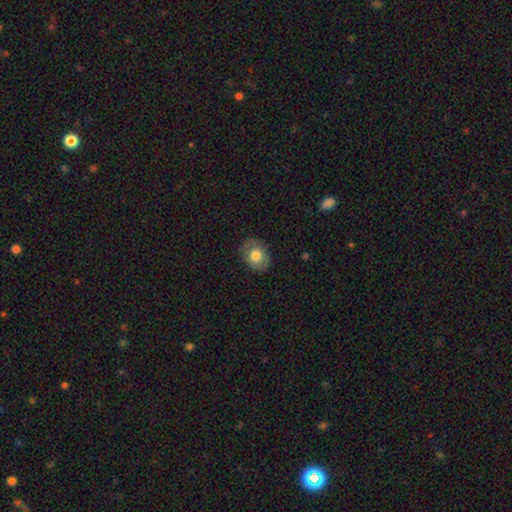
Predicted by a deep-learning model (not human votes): Overall: smooth (67%). How rounded: in between (52%; round 47%). Merging: none (78%).